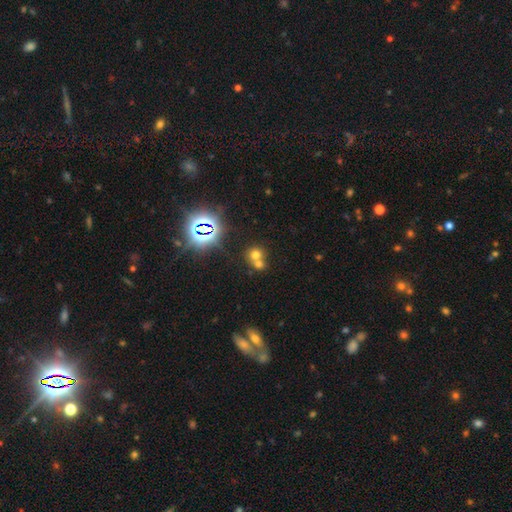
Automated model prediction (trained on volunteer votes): Q: Smooth or featured?
A: smooth (60%); runner-up: star or artifact (26%)
Q: How rounded?
A: round (82%); runner-up: in between (17%)
Q: Merging?
A: merger (54%); runner-up: none (38%)